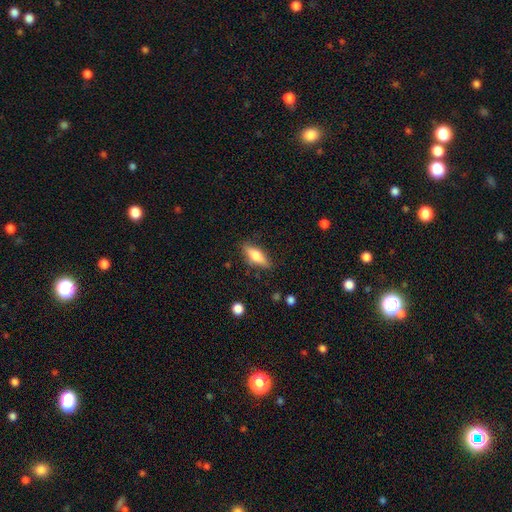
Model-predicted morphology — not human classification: The model was most divided on "how rounded": in between: 61%, cigar-shaped: 36%, round: 3%. More confident: merging — none (81%); smooth or featured — smooth (67%).